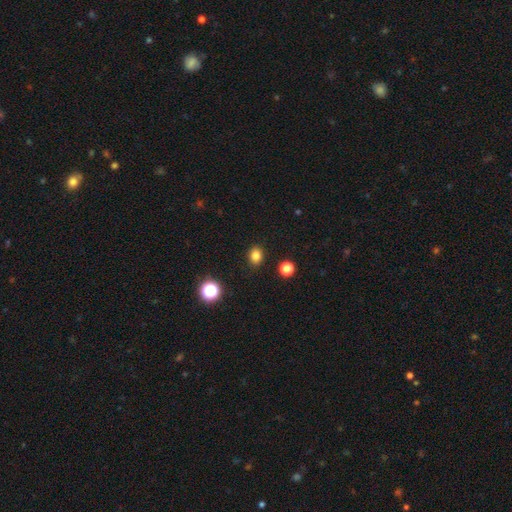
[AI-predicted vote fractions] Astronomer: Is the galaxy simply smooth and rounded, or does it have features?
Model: smooth — 82%.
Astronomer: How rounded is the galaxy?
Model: round — 57% (runner-up: in between, 42%).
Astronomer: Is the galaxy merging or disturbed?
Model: none — 89%.